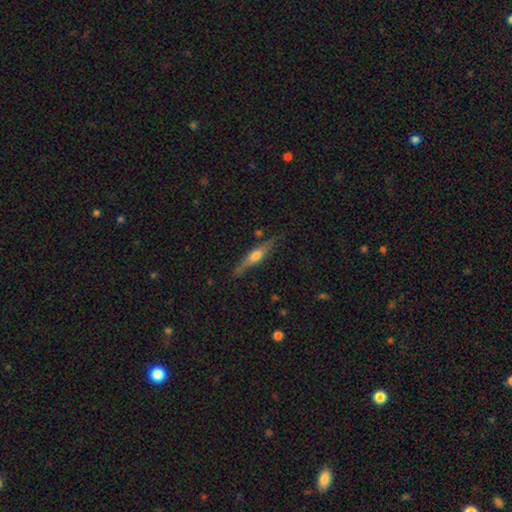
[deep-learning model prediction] Smooth or featured? featured or disk (57%)
Edge-on disk? yes (93%)
Edge-on bulge? rounded (83%)
Merging? none (80%)